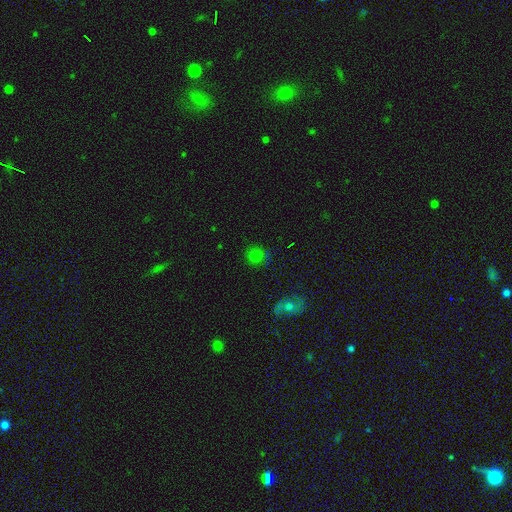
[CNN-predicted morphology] Smooth or featured?
  - smooth: 70% *
  - star or artifact: 21%
  - featured or disk: 9%
How rounded?
  - round: 80% *
  - in between: 18%
  - cigar-shaped: 1%
Merging?
  - none: 76% *
  - minor disturbance: 16%
  - major disturbance: 5%
  - merger: 3%